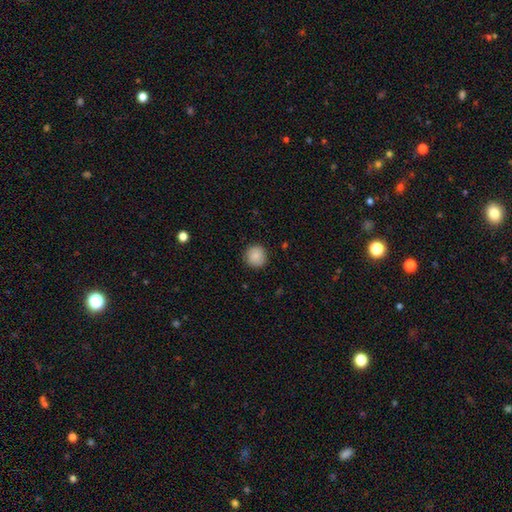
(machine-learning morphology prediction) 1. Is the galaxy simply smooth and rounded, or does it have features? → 88% smooth, 8% star or artifact, 4% featured or disk.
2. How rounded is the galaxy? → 93% round, 6% in between, 1% cigar-shaped.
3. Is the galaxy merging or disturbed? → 90% none, 7% minor disturbance, 2% major disturbance, 1% merger.